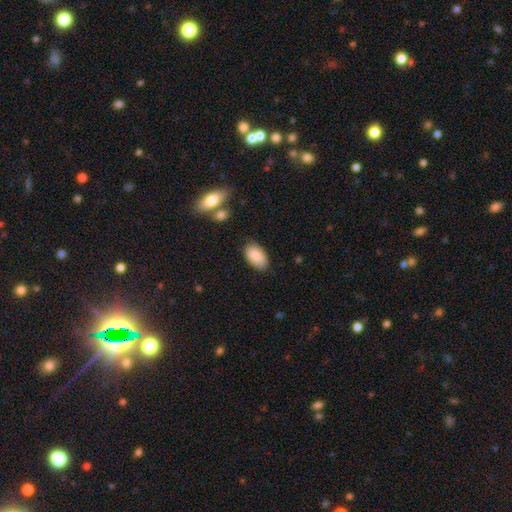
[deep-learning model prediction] Q: Smooth or featured?
A: smooth (87%); runner-up: featured or disk (7%)
Q: How rounded?
A: in between (94%); runner-up: round (4%)
Q: Merging?
A: none (80%); runner-up: minor disturbance (15%)